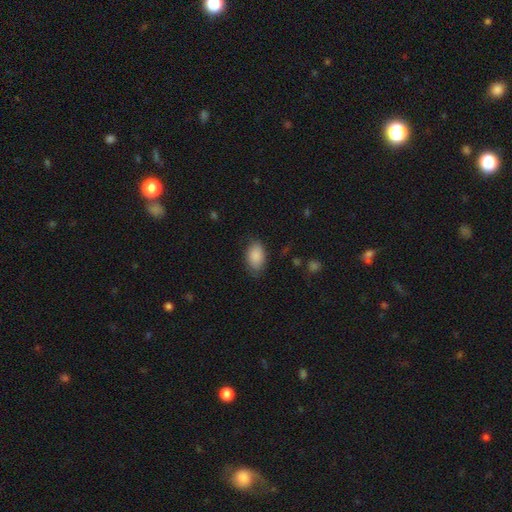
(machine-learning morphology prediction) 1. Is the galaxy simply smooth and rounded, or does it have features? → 87% smooth, 7% star or artifact, 7% featured or disk.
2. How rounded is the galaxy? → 90% in between, 8% round, 1% cigar-shaped.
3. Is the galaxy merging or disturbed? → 76% none, 19% minor disturbance, 5% major disturbance, 1% merger.